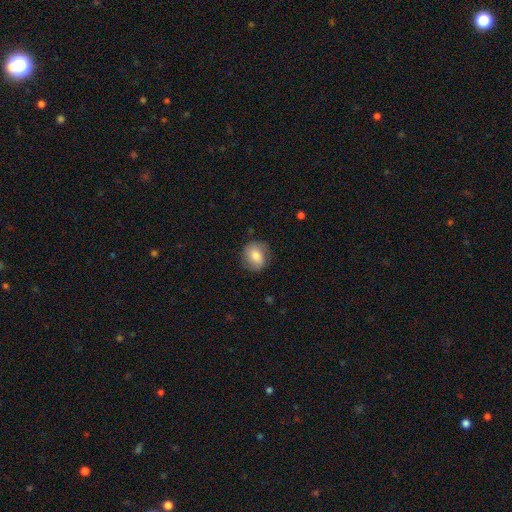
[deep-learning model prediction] Morphology: type=smooth (65%); roundness=round (76%); merging=none (77%).